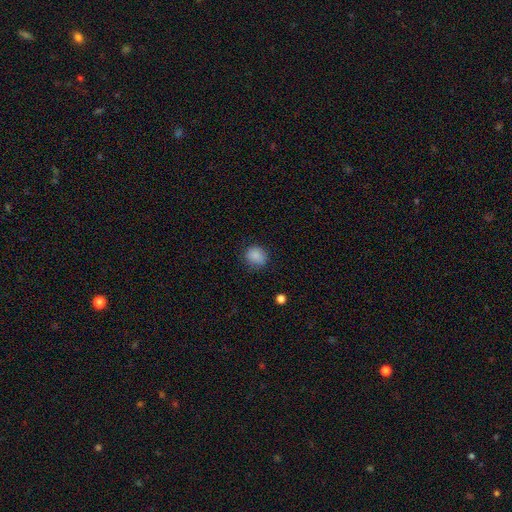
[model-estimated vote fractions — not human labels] Q: Smooth or featured?
A: smooth (86%); runner-up: star or artifact (10%)
Q: How rounded?
A: round (79%); runner-up: in between (20%)
Q: Merging?
A: none (78%); runner-up: minor disturbance (16%)